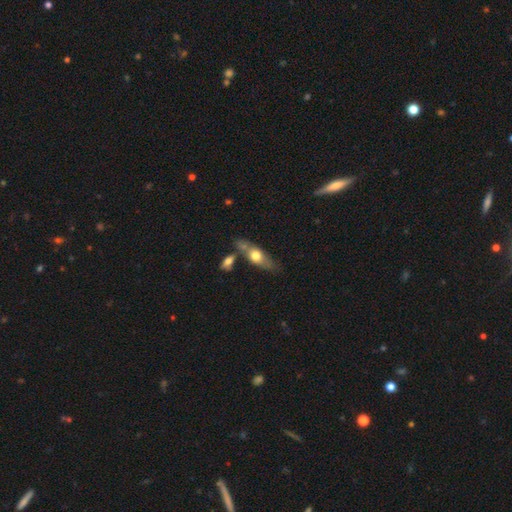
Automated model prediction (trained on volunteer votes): Smooth or featured?
  - smooth: 54% *
  - featured or disk: 40%
  - star or artifact: 6%
How rounded?
  - in between: 57% *
  - cigar-shaped: 38%
  - round: 5%
Merging?
  - none: 57% *
  - merger: 23%
  - minor disturbance: 15%
  - major disturbance: 5%